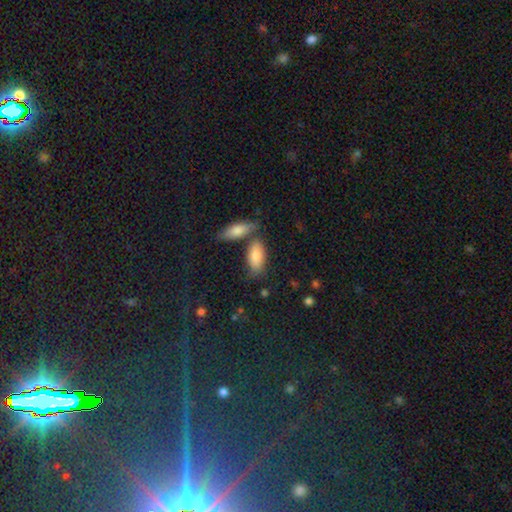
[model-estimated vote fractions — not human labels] Smooth or featured?
  - smooth: 83% *
  - featured or disk: 10%
  - star or artifact: 7%
How rounded?
  - in between: 86% *
  - cigar-shaped: 11%
  - round: 3%
Merging?
  - none: 61% *
  - merger: 21%
  - minor disturbance: 14%
  - major disturbance: 4%